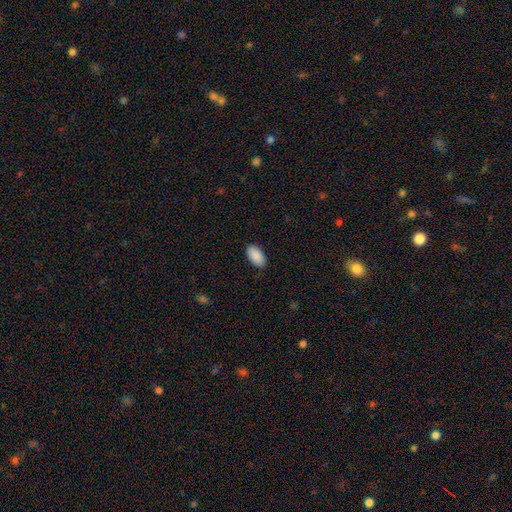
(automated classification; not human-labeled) Smooth or featured?
  - smooth: 91% *
  - star or artifact: 6%
  - featured or disk: 4%
How rounded?
  - in between: 96% *
  - round: 2%
  - cigar-shaped: 2%
Merging?
  - none: 88% *
  - minor disturbance: 9%
  - major disturbance: 2%
  - merger: 1%